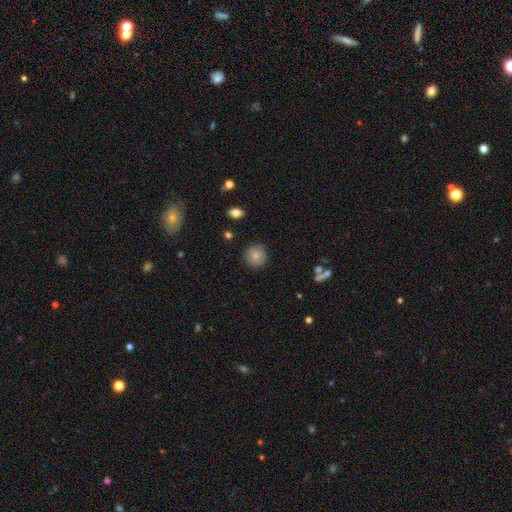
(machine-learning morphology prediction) smooth_or_featured: smooth (p=0.82) [alt: star or artifact p=0.10]
how_rounded: round (p=0.92) [alt: in between p=0.07]
merging: none (p=0.87) [alt: minor disturbance p=0.10]